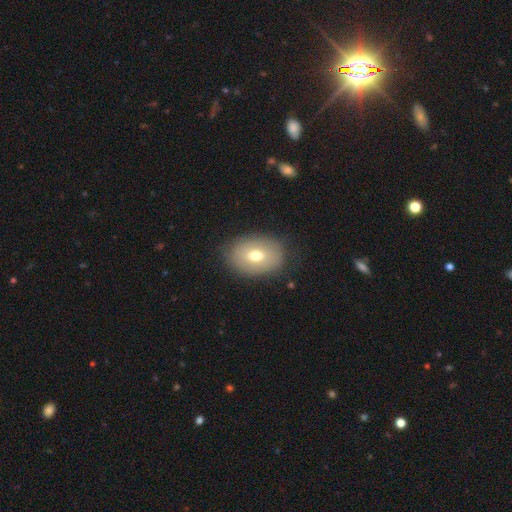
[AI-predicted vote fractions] A smooth galaxy with no disk features (66%) that is in between round and cigar-shaped (76%). Merging: none (80%).